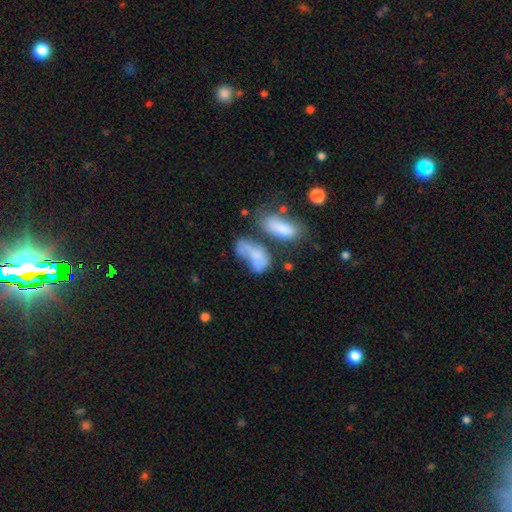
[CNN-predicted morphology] smooth-or-featured: smooth: 63% | featured or disk: 26% | star or artifact: 11%
  how-rounded: in between: 85% | cigar-shaped: 8% | round: 7%
  merging: merger: 41% | major disturbance: 22% | none: 21% | minor disturbance: 16%